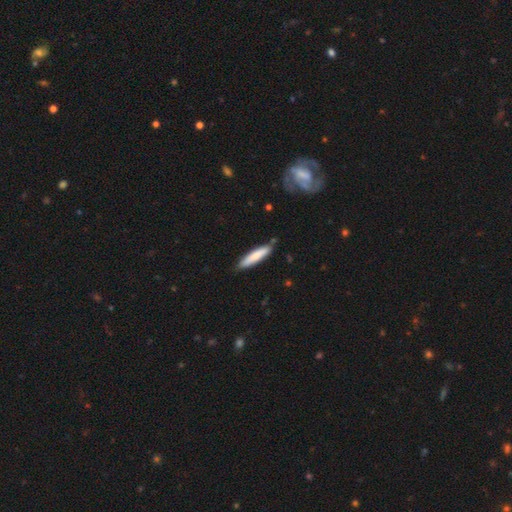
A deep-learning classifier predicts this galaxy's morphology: Smooth or featured: smooth — 80% (featured or disk — 15%)
How rounded: cigar-shaped — 84% (in between — 15%)
Merging: none — 83% (minor disturbance — 13%)